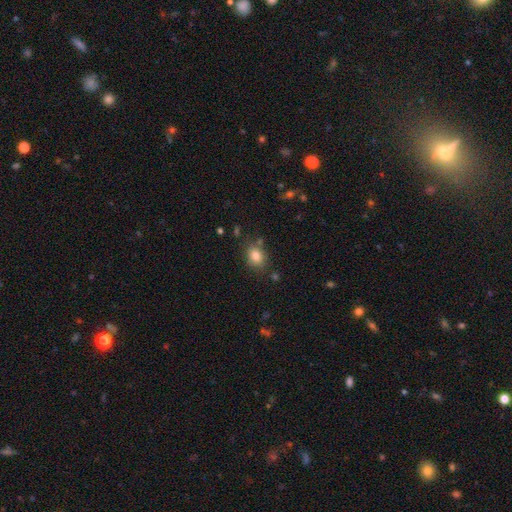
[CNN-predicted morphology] Overall: smooth (82%). How rounded: in between (50%; round 49%). Merging: none (77%).